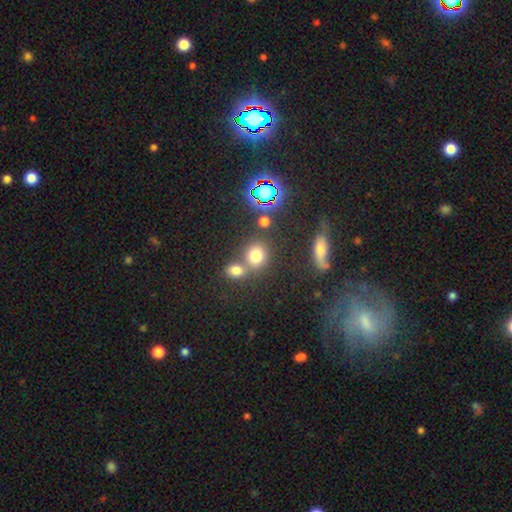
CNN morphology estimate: Smooth or featured?
  - smooth: 71% *
  - star or artifact: 20%
  - featured or disk: 9%
How rounded?
  - round: 72% *
  - in between: 27%
  - cigar-shaped: 2%
Merging?
  - none: 53% *
  - merger: 34%
  - minor disturbance: 9%
  - major disturbance: 4%